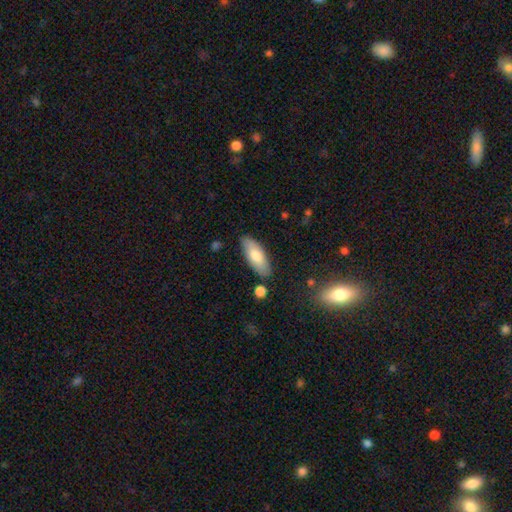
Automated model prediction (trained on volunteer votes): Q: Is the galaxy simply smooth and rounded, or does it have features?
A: smooth — 74%.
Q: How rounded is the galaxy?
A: in between — 76%.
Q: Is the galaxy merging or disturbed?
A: none — 85%.